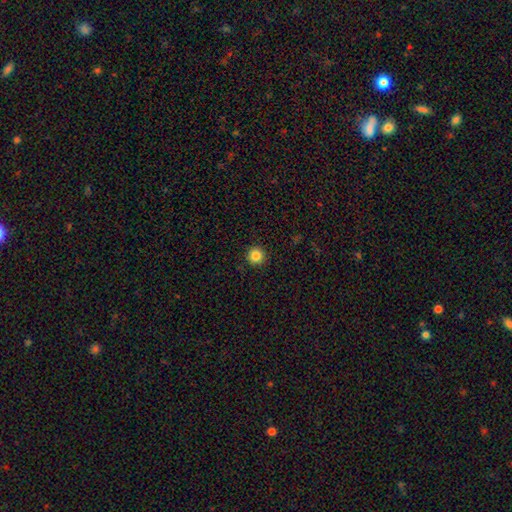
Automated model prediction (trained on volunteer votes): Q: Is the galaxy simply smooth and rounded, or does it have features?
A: smooth — 85%.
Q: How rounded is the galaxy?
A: round — 96%.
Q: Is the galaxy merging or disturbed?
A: none — 92%.